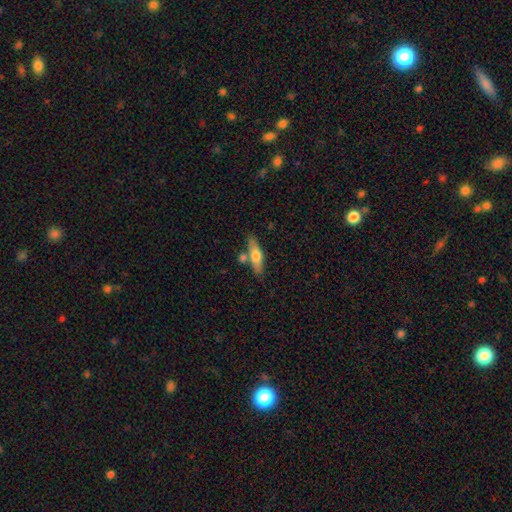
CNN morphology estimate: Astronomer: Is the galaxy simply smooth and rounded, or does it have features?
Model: smooth — 58% (runner-up: featured or disk, 36%).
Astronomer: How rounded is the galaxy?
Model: cigar-shaped — 61%.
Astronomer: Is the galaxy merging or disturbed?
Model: none — 67%.